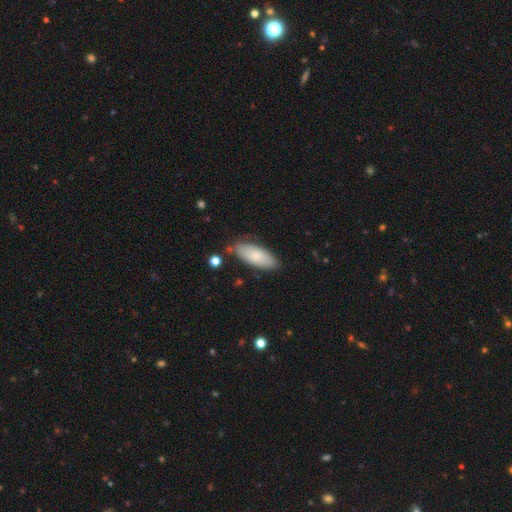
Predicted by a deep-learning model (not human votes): smooth 79%, featured or disk 15%, star or artifact 6%. Down the decision tree: how rounded — in between (80%); merging — none (76%).